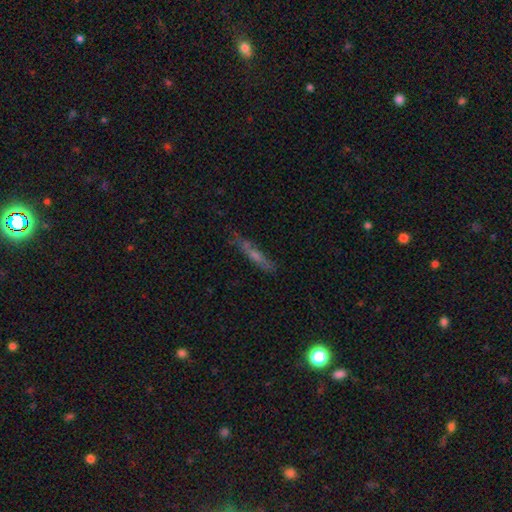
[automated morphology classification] type=smooth (44%, tied with featured or disk); merging=none (70%).